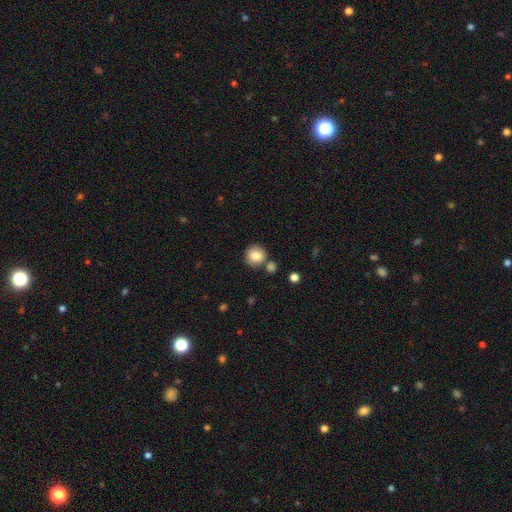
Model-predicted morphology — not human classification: Overall: smooth (84%). How rounded: round (86%). Merging: none (72%).